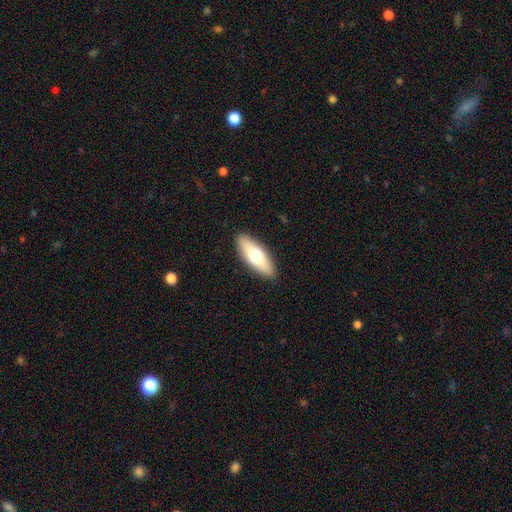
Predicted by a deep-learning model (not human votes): A smooth galaxy with no disk features (64%) that is in between round and cigar-shaped (65%).

Vote fractions:
- Smooth or featured? smooth: 64% / featured or disk: 30% / star or artifact: 6%
- How rounded? in between: 65% / cigar-shaped: 33% / round: 2%
- Merging? none: 90% / minor disturbance: 8% / major disturbance: 2% / merger: 1%